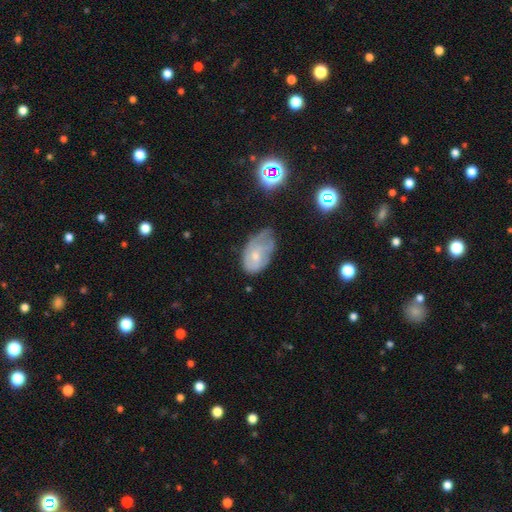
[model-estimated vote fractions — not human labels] Overall: featured or disk (47%; smooth 43%). Merging: minor disturbance (43%; none 31%).